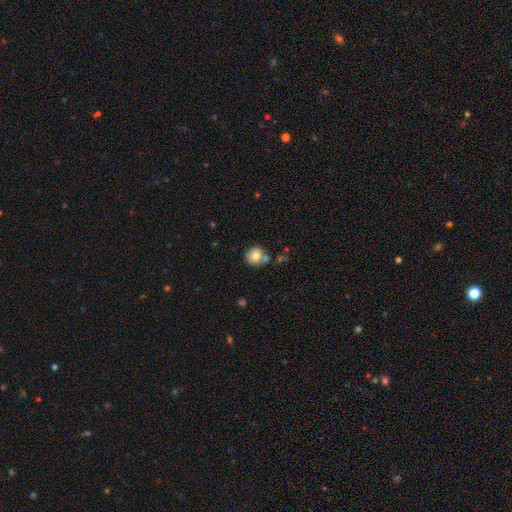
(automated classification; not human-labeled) A smooth galaxy with no disk features (80%) that is round (90%).

Vote fractions:
- Smooth or featured? smooth: 80% / featured or disk: 10% / star or artifact: 10%
- How rounded? round: 90% / in between: 9% / cigar-shaped: 1%
- Merging? none: 64% / merger: 16% / minor disturbance: 16% / major disturbance: 4%